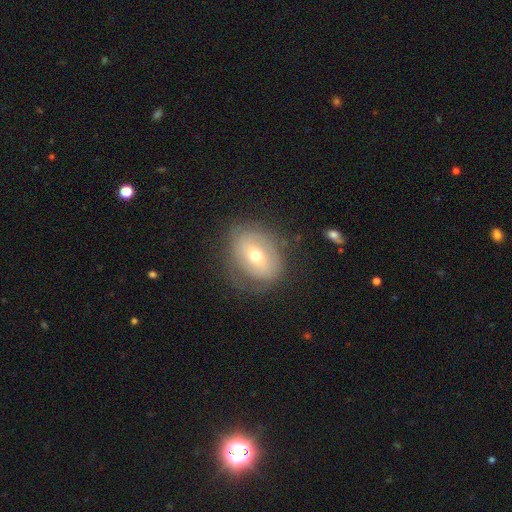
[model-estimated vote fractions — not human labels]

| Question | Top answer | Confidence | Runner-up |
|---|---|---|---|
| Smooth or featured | featured or disk | 48% | smooth (43%) |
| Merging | none | 69% | minor disturbance (20%) |